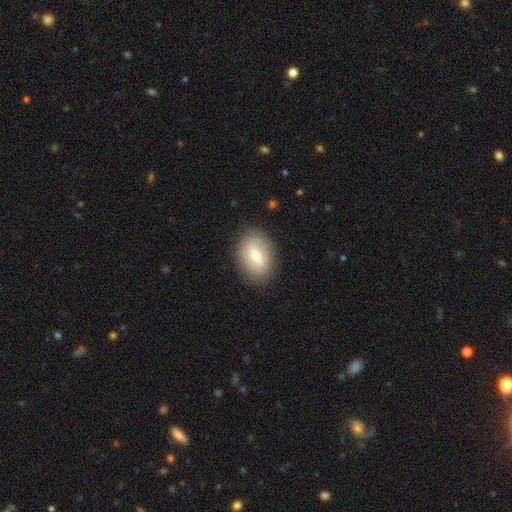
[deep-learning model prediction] Q: Smooth or featured?
A: smooth (56%); runner-up: featured or disk (37%)
Q: How rounded?
A: in between (82%); runner-up: round (16%)
Q: Merging?
A: none (84%); runner-up: minor disturbance (12%)